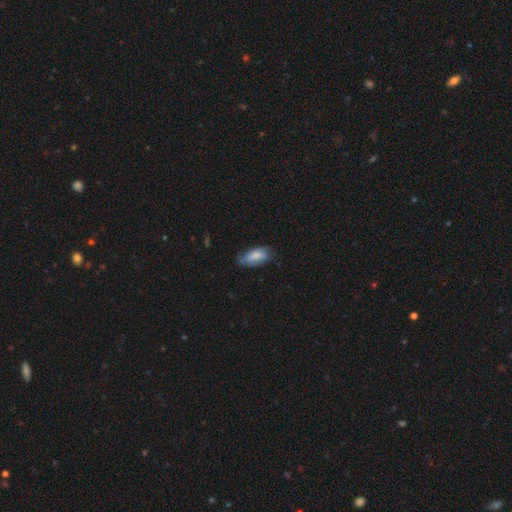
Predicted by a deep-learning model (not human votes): A smooth galaxy with no disk features (71%) that is in between round and cigar-shaped (88%). Merging: none (63%).